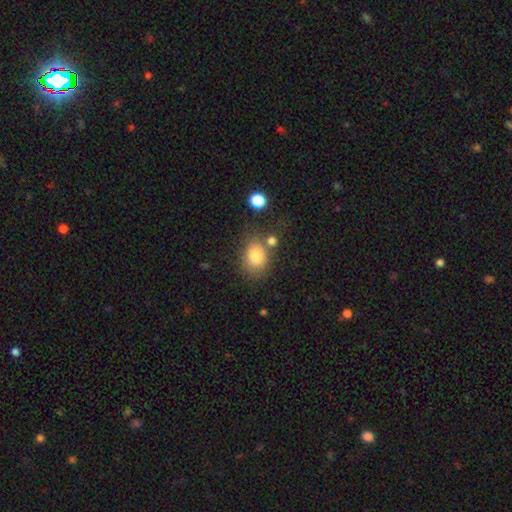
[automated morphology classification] Smooth or featured?
  - smooth: 82% *
  - star or artifact: 10%
  - featured or disk: 8%
How rounded?
  - in between: 60% *
  - round: 39%
  - cigar-shaped: 1%
Merging?
  - none: 61% *
  - minor disturbance: 17%
  - merger: 14%
  - major disturbance: 7%